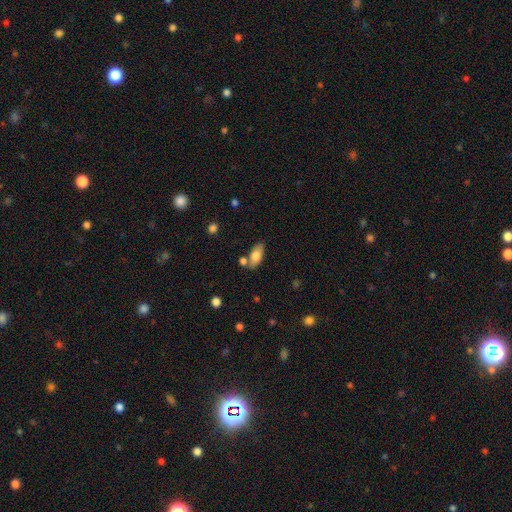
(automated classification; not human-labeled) smooth 79%, featured or disk 14%, star or artifact 7%. Down the decision tree: how rounded — in between (88%); merging — none (65%).